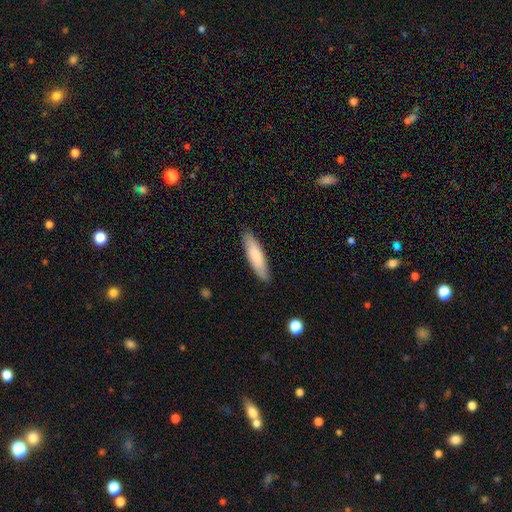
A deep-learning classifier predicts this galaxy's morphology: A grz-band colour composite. It shows a smooth galaxy with no disk features (79%) that is cigar-shaped (69%). Merging: none (88%).